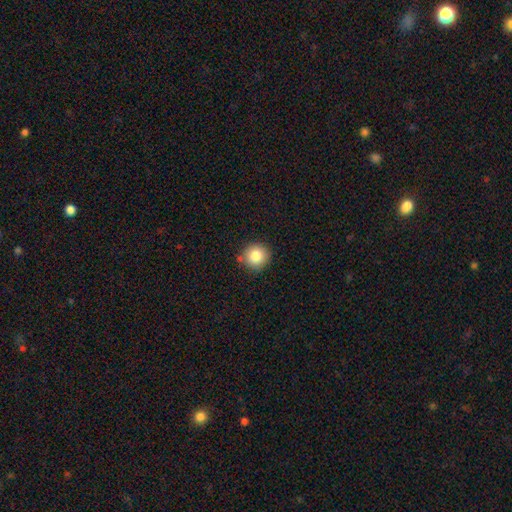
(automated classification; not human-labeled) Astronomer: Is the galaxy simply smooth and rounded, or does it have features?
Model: smooth — 82%.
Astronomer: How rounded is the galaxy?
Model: round — 92%.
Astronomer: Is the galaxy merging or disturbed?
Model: none — 84%.